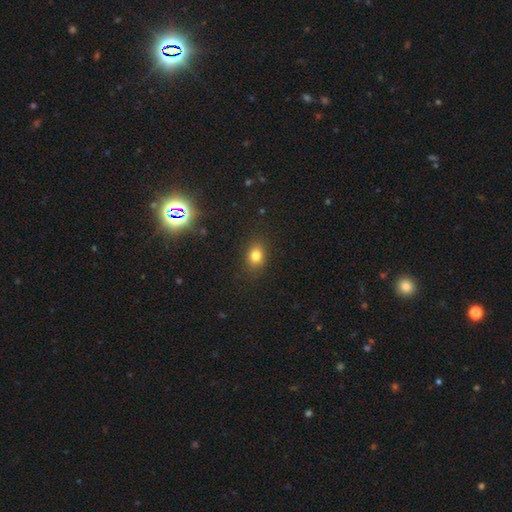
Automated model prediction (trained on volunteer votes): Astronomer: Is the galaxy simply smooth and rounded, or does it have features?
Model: smooth — 79%.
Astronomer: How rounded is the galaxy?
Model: in between — 57% (runner-up: round, 41%).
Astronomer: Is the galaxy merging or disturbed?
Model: none — 86%.